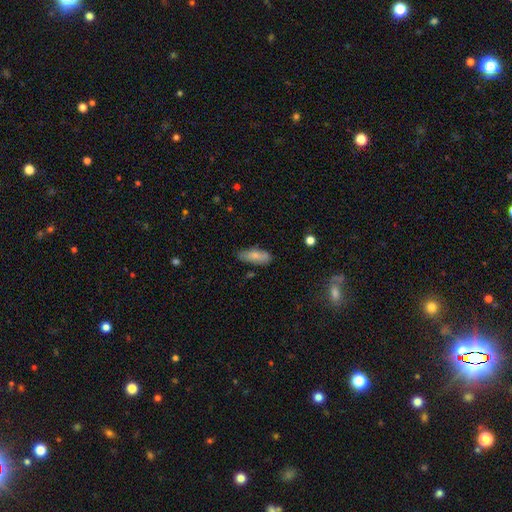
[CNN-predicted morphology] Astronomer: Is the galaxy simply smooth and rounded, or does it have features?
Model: smooth — 77%.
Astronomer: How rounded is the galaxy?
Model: in between — 74%.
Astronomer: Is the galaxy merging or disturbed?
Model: none — 73%.